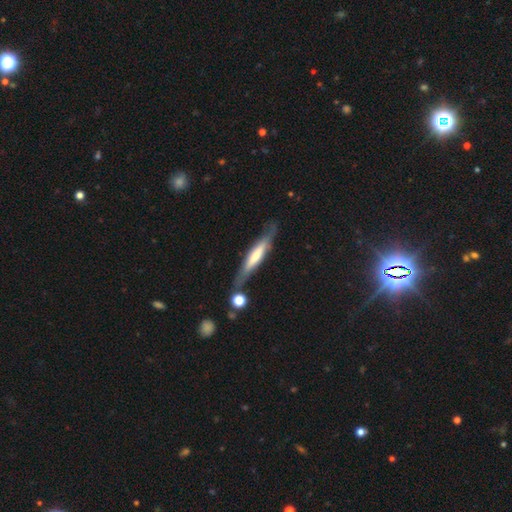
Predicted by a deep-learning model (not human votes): Smooth or featured?
  - featured or disk: 48% *
  - smooth: 46%
  - star or artifact: 6%
Merging?
  - none: 68% *
  - minor disturbance: 18%
  - merger: 8%
  - major disturbance: 6%